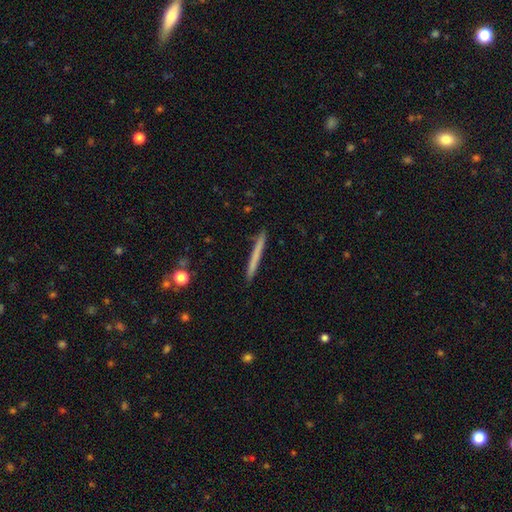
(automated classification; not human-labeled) Smooth or featured? Predicted: smooth (p=0.64). How rounded? Predicted: cigar-shaped (p=0.97). Merging? Predicted: none (p=0.92).